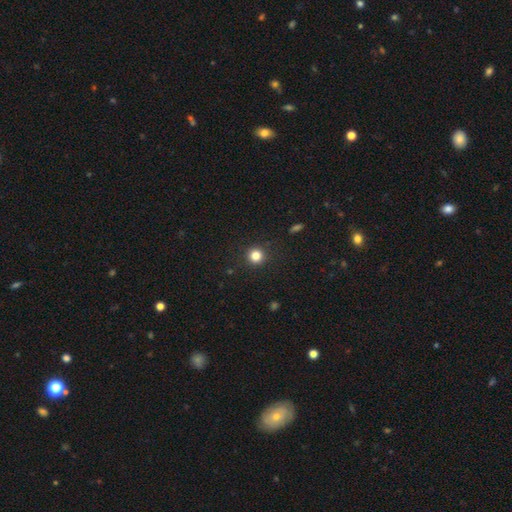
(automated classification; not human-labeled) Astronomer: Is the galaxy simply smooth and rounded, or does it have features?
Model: smooth — 83%.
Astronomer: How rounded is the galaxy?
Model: round — 94%.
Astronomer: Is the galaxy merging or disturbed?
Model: none — 91%.